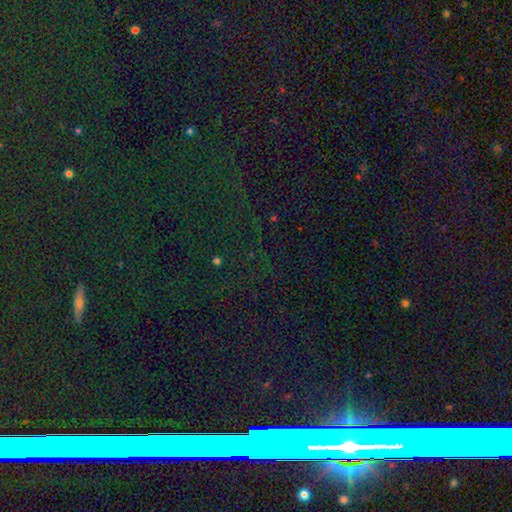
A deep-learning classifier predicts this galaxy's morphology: A star or artifact, not a galaxy (77%).